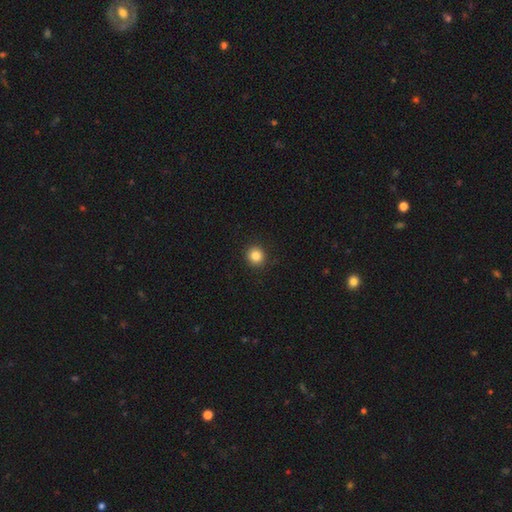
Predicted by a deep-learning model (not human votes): This is clearly a smooth galaxy (85%). How rounded: clearly round (92%). Merging: clearly none (91%).